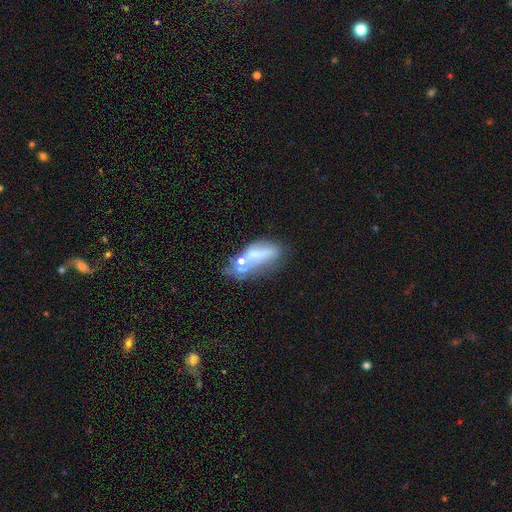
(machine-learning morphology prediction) Q: Smooth or featured?
A: smooth (44%); tied with: featured or disk (44%)
Q: Merging?
A: none (34%); runner-up: minor disturbance (23%)